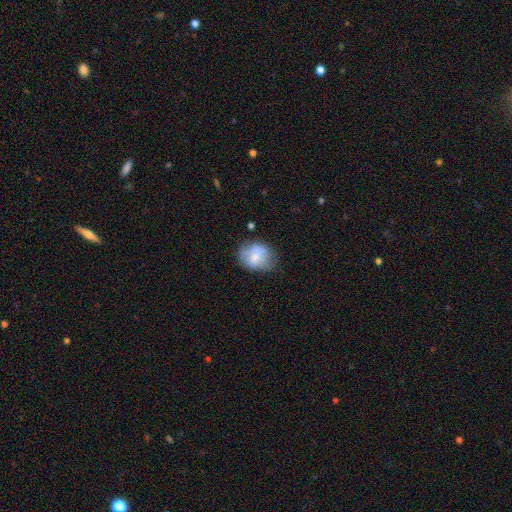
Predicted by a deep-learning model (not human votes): A smooth galaxy with no disk features (67%) that is round (53%).

Vote fractions:
- Smooth or featured? smooth: 67% / featured or disk: 25% / star or artifact: 8%
- How rounded? round: 53% / in between: 46% / cigar-shaped: 1%
- Merging? none: 58% / minor disturbance: 29% / major disturbance: 10% / merger: 3%